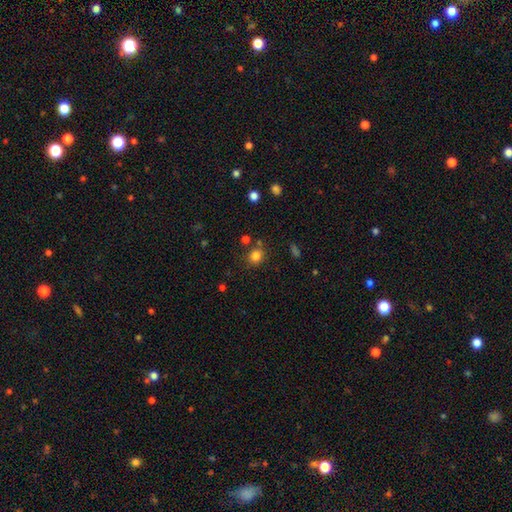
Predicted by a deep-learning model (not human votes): Smooth or featured? Predicted: smooth (p=0.81). How rounded? Predicted: round (p=0.80). Merging? Predicted: none (p=0.77).